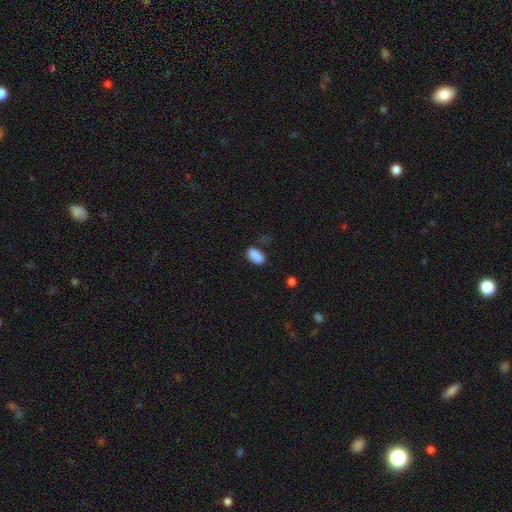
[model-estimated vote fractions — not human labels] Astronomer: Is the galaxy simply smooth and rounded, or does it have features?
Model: smooth — 88%.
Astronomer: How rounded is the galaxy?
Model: in between — 92%.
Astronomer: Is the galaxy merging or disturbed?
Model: none — 74%.